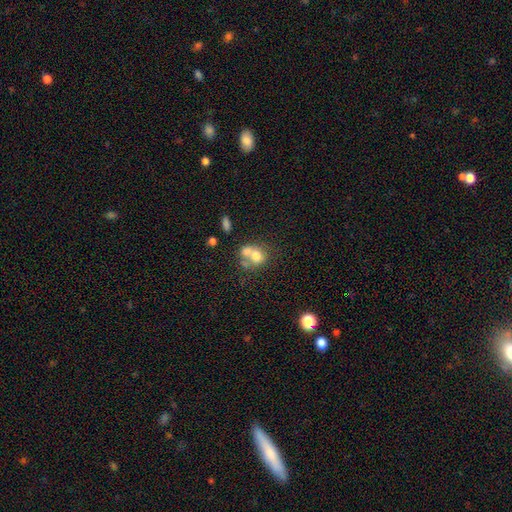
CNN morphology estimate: Q: Smooth or featured?
A: smooth (67%); runner-up: featured or disk (22%)
Q: How rounded?
A: round (62%); runner-up: in between (37%)
Q: Merging?
A: merger (59%); runner-up: none (27%)